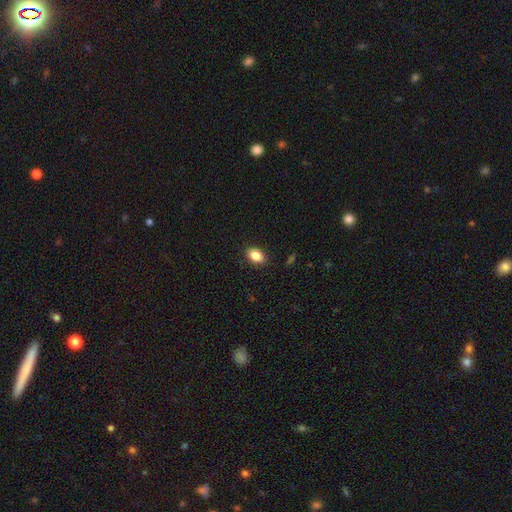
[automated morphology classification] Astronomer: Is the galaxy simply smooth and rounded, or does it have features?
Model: smooth — 86%.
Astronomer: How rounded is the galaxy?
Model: in between — 84%.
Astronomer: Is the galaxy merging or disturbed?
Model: none — 88%.